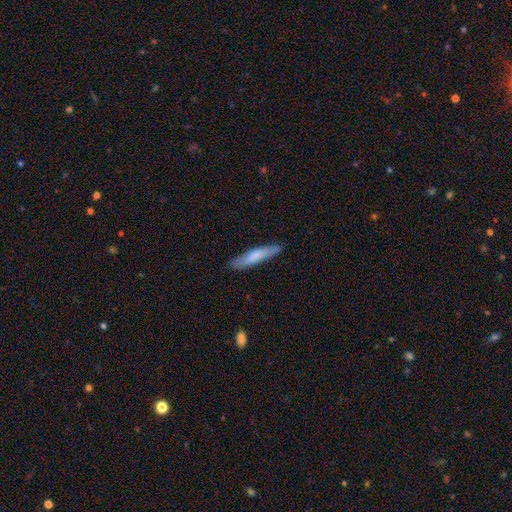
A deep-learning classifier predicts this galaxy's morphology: This appears to be a smooth galaxy with no disk features (72%) that is cigar-shaped (89%). Merging: none (84%).